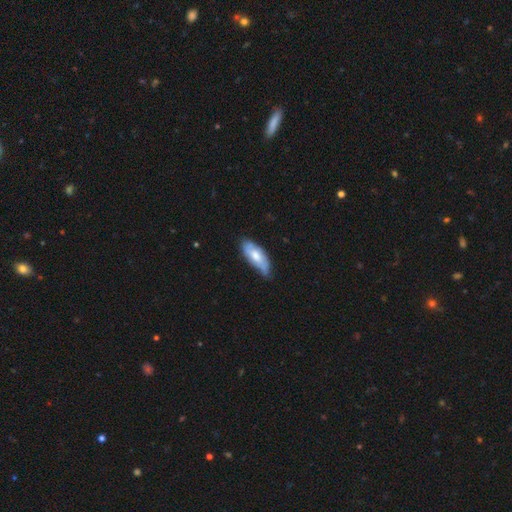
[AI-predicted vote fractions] This appears to be a smooth galaxy with no disk features (54%) that is in between round and cigar-shaped (78%). Merging: none (63%).